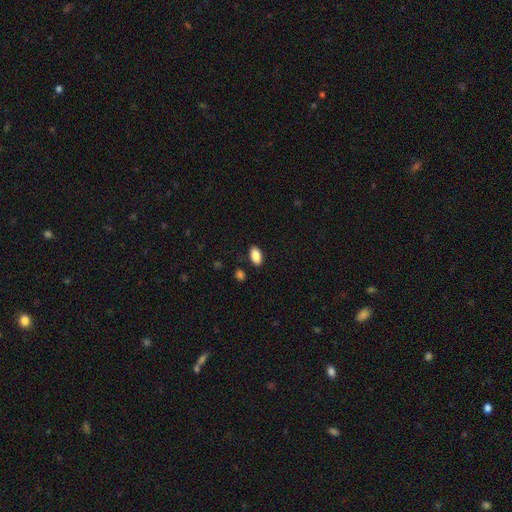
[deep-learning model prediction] smooth 87%, star or artifact 7%, featured or disk 6%. Down the decision tree: how rounded — in between (92%); merging — none (87%).